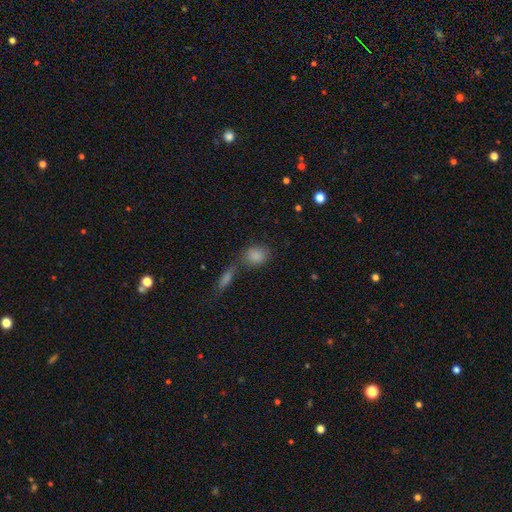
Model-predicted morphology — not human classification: smooth-or-featured: smooth: 83% | star or artifact: 10% | featured or disk: 7%
  how-rounded: round: 49% | in between: 48% | cigar-shaped: 3%
  merging: none: 52% | merger: 28% | minor disturbance: 14% | major disturbance: 7%